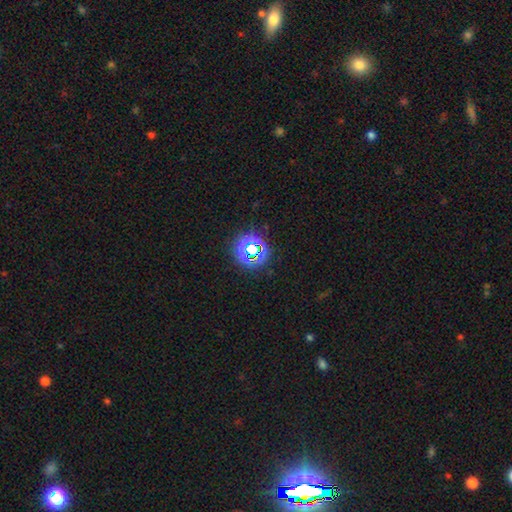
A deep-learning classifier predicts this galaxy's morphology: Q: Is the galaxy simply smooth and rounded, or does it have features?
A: star or artifact — 73%.